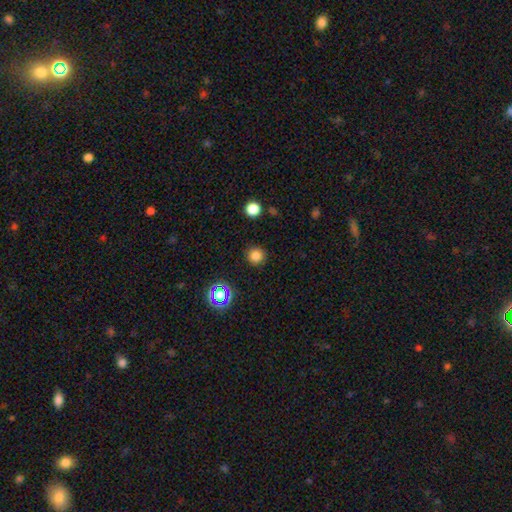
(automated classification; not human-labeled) Smooth or featured? Predicted: smooth (p=0.80). How rounded? Predicted: round (p=0.94). Merging? Predicted: none (p=0.90).